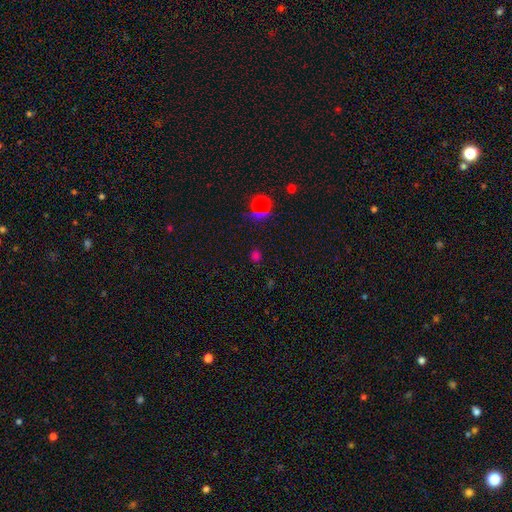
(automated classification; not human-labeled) Q: Smooth or featured?
A: smooth (58%); runner-up: star or artifact (36%)
Q: How rounded?
A: round (75%); runner-up: in between (23%)
Q: Merging?
A: none (84%); runner-up: minor disturbance (9%)